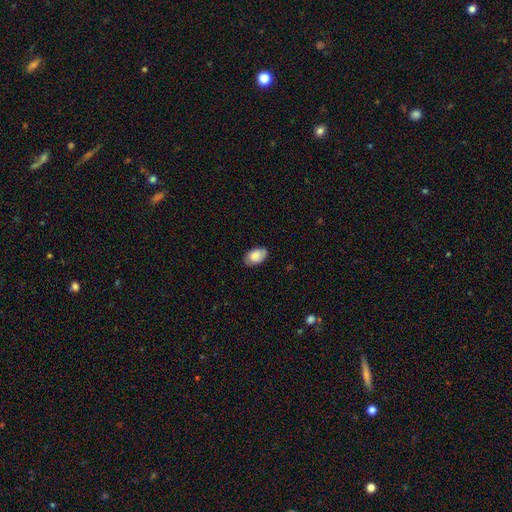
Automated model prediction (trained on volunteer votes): Smooth or featured? Predicted: smooth (p=0.81). How rounded? Predicted: in between (p=0.90). Merging? Predicted: none (p=0.76).